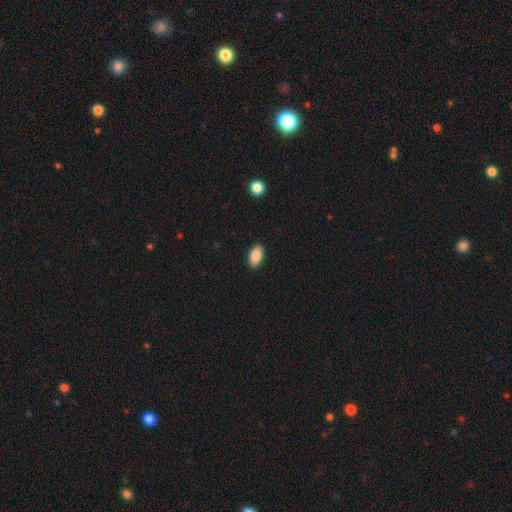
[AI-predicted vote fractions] This appears to be a smooth galaxy with no disk features (88%) that is in between round and cigar-shaped (94%). Merging: none (90%).